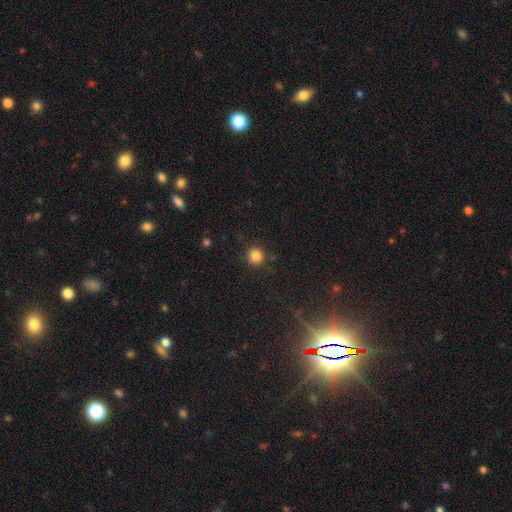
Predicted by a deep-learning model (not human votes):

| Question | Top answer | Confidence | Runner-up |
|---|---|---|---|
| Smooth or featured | smooth | 84% | star or artifact (12%) |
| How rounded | round | 89% | in between (10%) |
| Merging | none | 85% | minor disturbance (10%) |